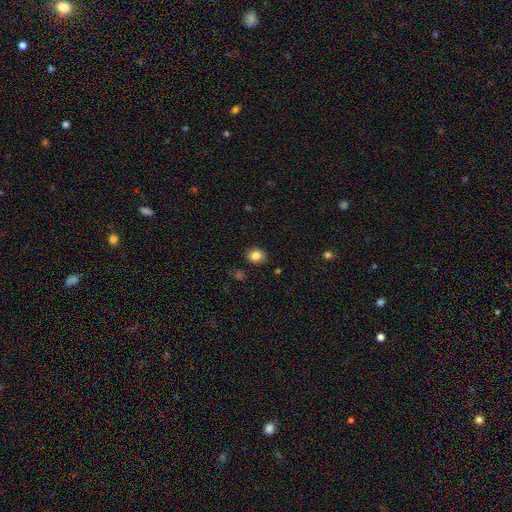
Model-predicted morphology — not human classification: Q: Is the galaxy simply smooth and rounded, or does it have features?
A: smooth — 84%.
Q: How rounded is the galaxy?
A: round — 55%.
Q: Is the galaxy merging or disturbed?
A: none — 86%.